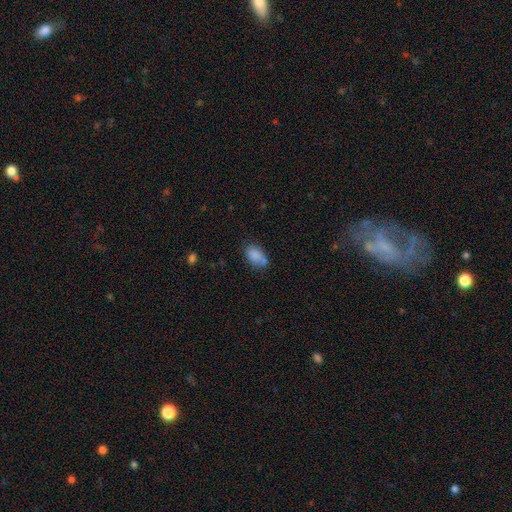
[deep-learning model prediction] Smooth or featured: smooth — 82% (star or artifact — 9%)
How rounded: in between — 84% (round — 14%)
Merging: none — 54% (minor disturbance — 21%)